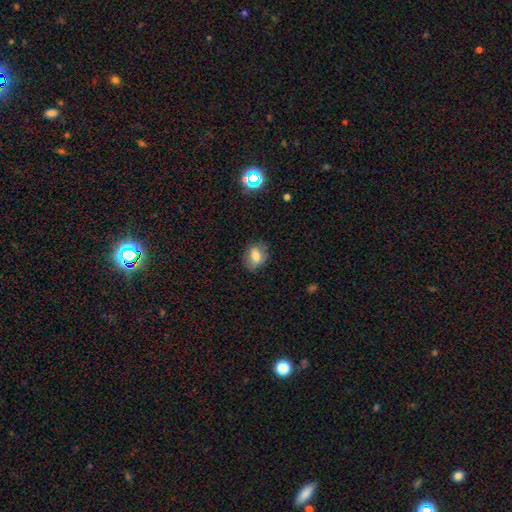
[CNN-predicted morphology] This appears to be a smooth galaxy with no disk features (73%) that is in between round and cigar-shaped (65%). Merging: none (77%).